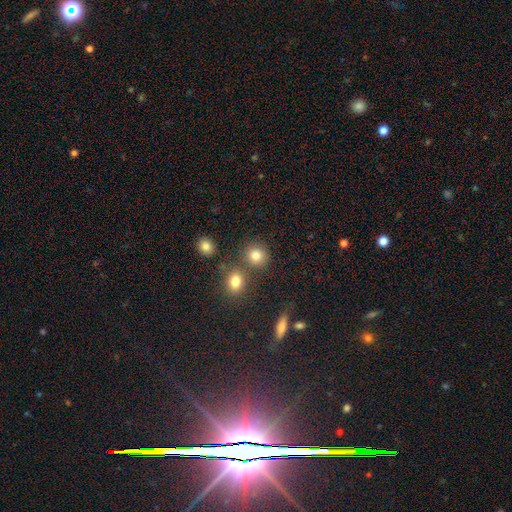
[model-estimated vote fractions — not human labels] This appears to be a smooth galaxy with no disk features (81%) that is round (86%). Merging: none (73%).